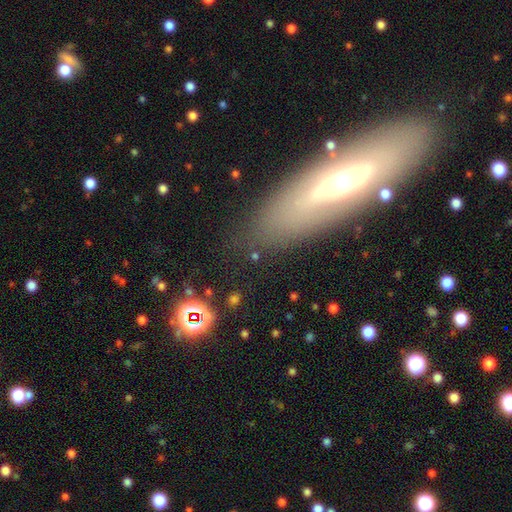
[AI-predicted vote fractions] This appears to be a smooth galaxy with no disk features (39%). Merging: none (67%).